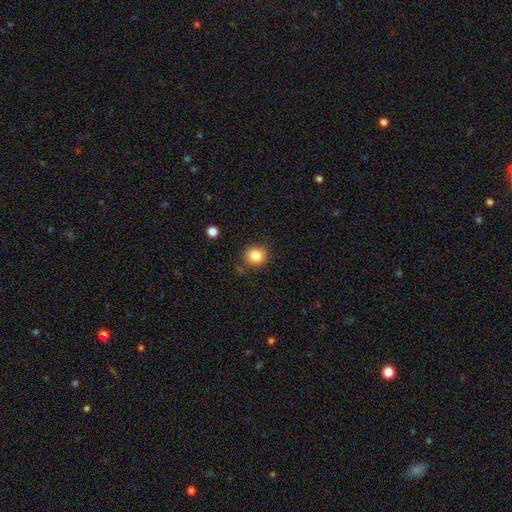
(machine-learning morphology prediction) The model was most divided on "merging": none: 80%, minor disturbance: 13%, major disturbance: 4%, merger: 3%. More confident: how rounded — round (85%); smooth or featured — smooth (84%).